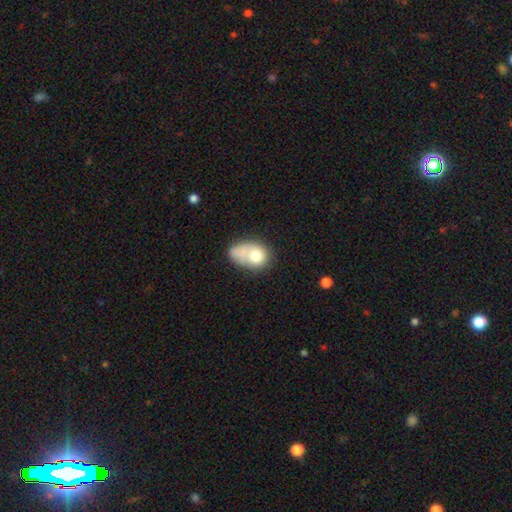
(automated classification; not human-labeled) Smooth or featured?
  - smooth: 67% *
  - featured or disk: 24%
  - star or artifact: 9%
How rounded?
  - in between: 69% *
  - round: 30%
  - cigar-shaped: 2%
Merging?
  - merger: 37% *
  - none: 24%
  - minor disturbance: 20%
  - major disturbance: 19%